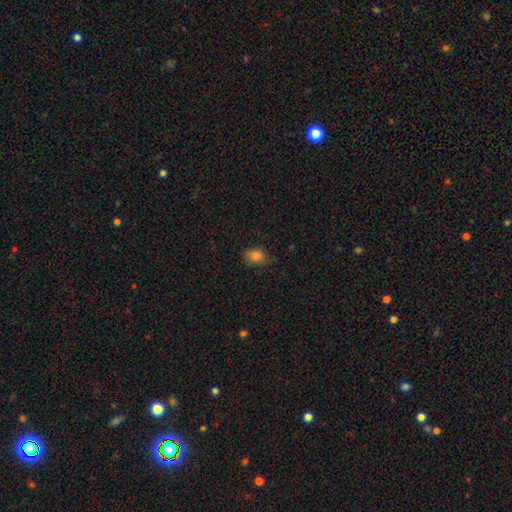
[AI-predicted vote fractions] Q: Smooth or featured?
A: smooth (80%); runner-up: star or artifact (12%)
Q: How rounded?
A: in between (71%); runner-up: round (27%)
Q: Merging?
A: none (69%); runner-up: minor disturbance (24%)